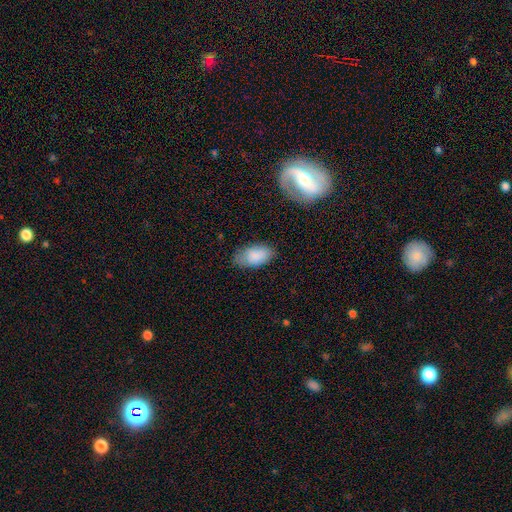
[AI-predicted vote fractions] The model was most divided on "merging": none: 75%, minor disturbance: 19%, major disturbance: 4%, merger: 2%. More confident: how rounded — in between (94%); smooth or featured — smooth (86%).